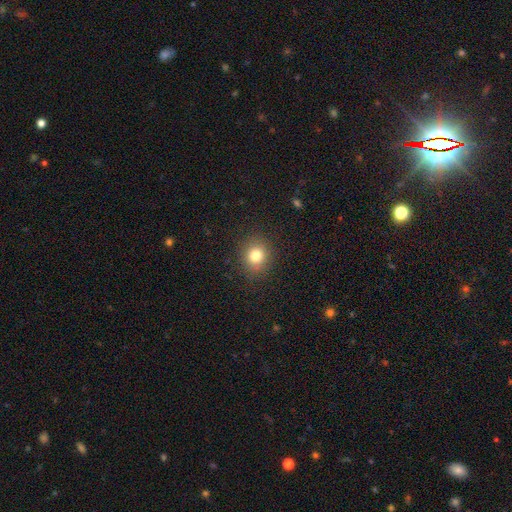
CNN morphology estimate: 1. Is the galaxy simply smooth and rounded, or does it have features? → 80% smooth, 13% star or artifact, 7% featured or disk.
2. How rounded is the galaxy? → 78% round, 21% in between, 1% cigar-shaped.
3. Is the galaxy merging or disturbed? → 88% none, 8% minor disturbance, 3% major disturbance, 1% merger.